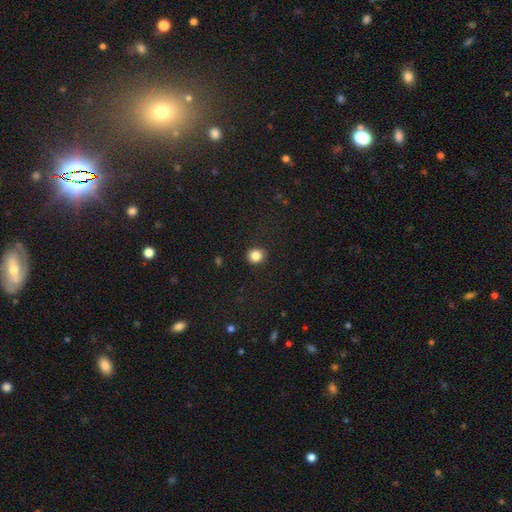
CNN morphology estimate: Smooth or featured: smooth — 85% (star or artifact — 10%)
How rounded: round — 86% (in between — 13%)
Merging: none — 91% (minor disturbance — 6%)